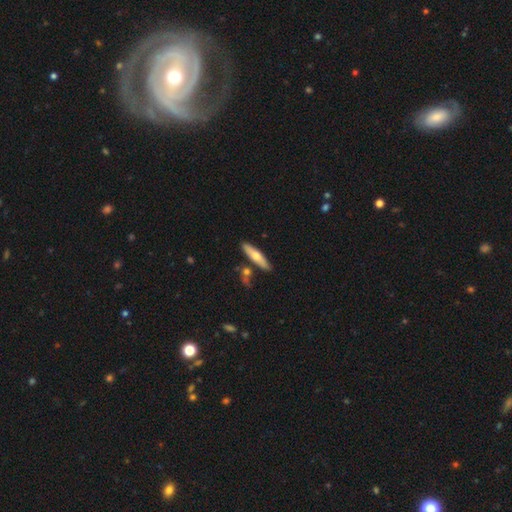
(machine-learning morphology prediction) Smooth or featured: smooth — 55% (featured or disk — 40%)
How rounded: cigar-shaped — 79% (in between — 20%)
Merging: none — 80% (minor disturbance — 10%)